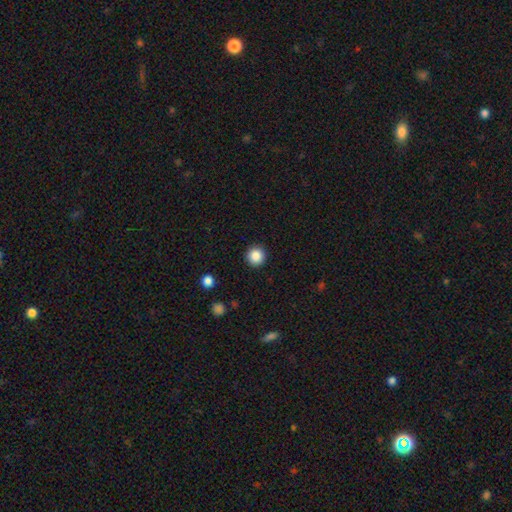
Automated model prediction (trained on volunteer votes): smooth 87%, star or artifact 10%, featured or disk 4%. Down the decision tree: how rounded — round (95%); merging — none (92%).